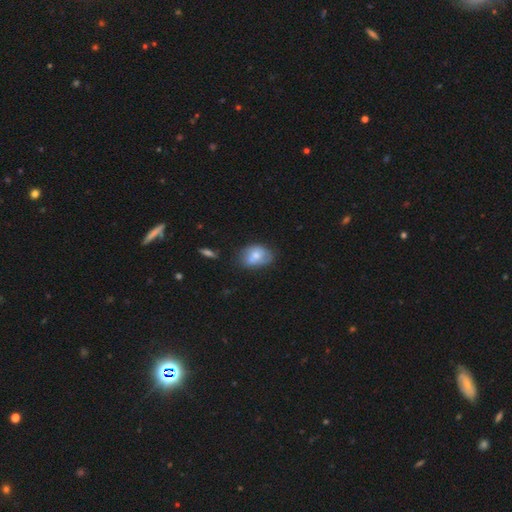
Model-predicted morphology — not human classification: Smooth or featured? smooth (62%)
How rounded? in between (77%)
Merging? none (46%)